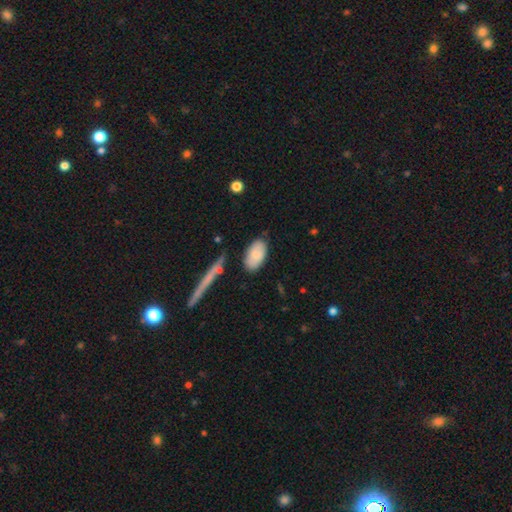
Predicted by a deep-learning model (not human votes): smooth-or-featured: smooth: 81% | featured or disk: 13% | star or artifact: 6%
  how-rounded: in between: 94% | round: 3% | cigar-shaped: 3%
  merging: none: 76% | minor disturbance: 16% | merger: 4% | major disturbance: 4%